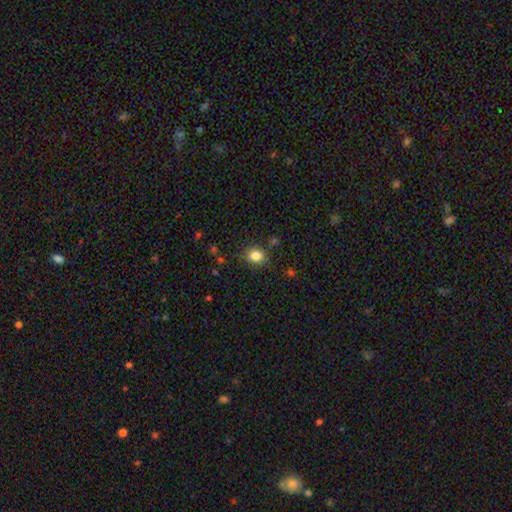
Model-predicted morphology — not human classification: smooth 83%, star or artifact 11%, featured or disk 5%. Down the decision tree: how rounded — round (62%); merging — none (83%).